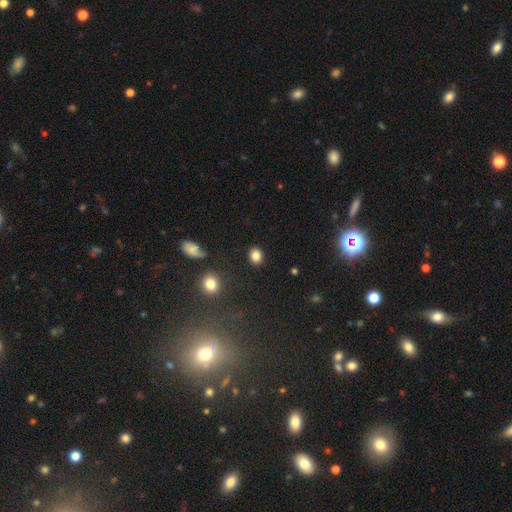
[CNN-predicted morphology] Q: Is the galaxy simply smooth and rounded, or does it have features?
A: smooth — 83%.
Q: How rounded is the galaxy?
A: round — 59%.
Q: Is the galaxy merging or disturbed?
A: none — 87%.